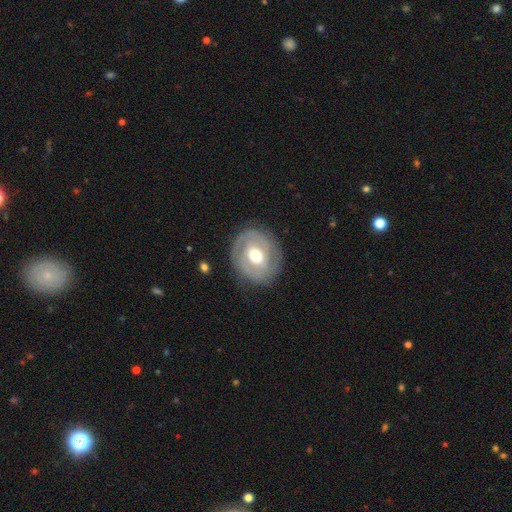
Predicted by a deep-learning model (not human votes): The model was most divided on "bar": no: 52%, weak: 34%, strong: 14%. More confident: edge-on disk — no (96%); merging — none (82%); bulge size — moderate (70%); smooth or featured — featured or disk (68%); spiral arms — yes (64%).